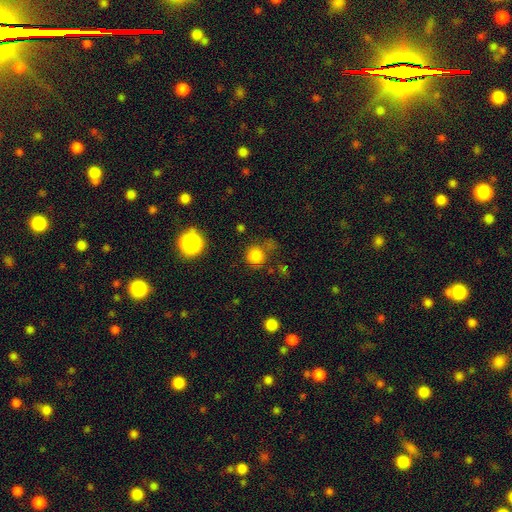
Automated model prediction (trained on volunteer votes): Smooth or featured?
  - smooth: 79% *
  - star or artifact: 15%
  - featured or disk: 6%
How rounded?
  - round: 91% *
  - in between: 8%
  - cigar-shaped: 1%
Merging?
  - none: 71% *
  - minor disturbance: 13%
  - merger: 8%
  - major disturbance: 7%